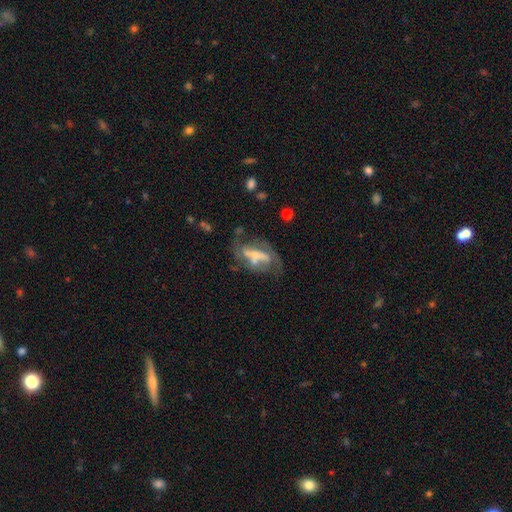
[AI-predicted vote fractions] Q: Smooth or featured?
A: featured or disk (65%); runner-up: smooth (25%)
Q: Edge-on disk?
A: no (90%); runner-up: yes (10%)
Q: Bar?
A: no (40%); runner-up: weak (30%)
Q: Spiral arms?
A: yes (57%); runner-up: no (43%)
Q: Bulge size?
A: small (43%); runner-up: moderate (30%)
Q: Merging?
A: none (39%); runner-up: major disturbance (28%)